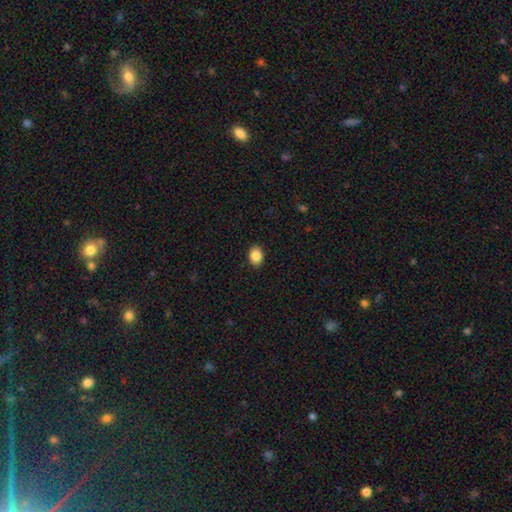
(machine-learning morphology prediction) A smooth galaxy with no disk features (87%) that is in between round and cigar-shaped (63%). Merging: none (90%).